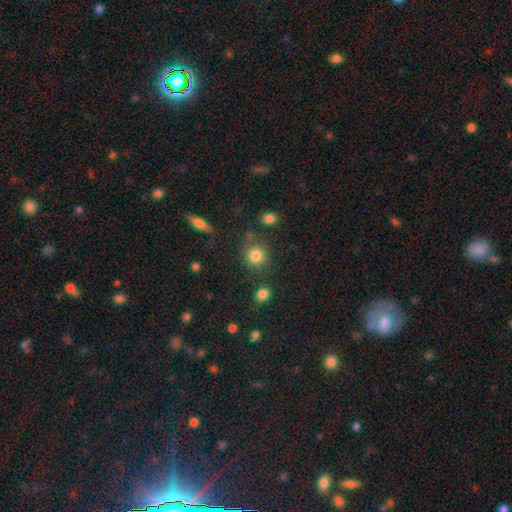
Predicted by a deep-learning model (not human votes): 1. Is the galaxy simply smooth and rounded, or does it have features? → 83% smooth, 11% star or artifact, 6% featured or disk.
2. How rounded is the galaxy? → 89% round, 10% in between, 1% cigar-shaped.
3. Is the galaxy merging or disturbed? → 78% none, 10% minor disturbance, 7% merger, 4% major disturbance.